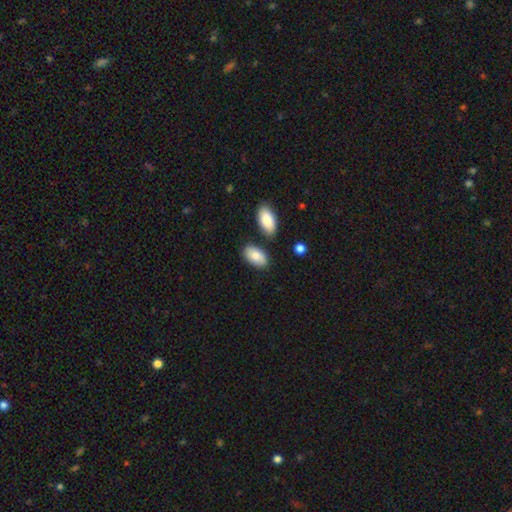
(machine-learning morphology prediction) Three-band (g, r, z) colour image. It shows a smooth galaxy with no disk features (83%) that is in between round and cigar-shaped (94%). Merging: none (76%).